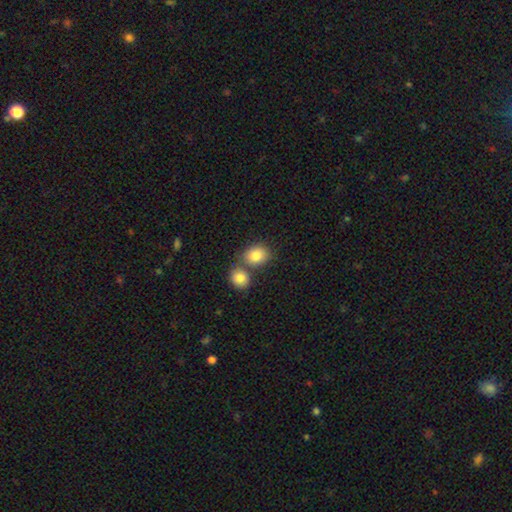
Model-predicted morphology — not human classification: Overall: smooth (83%). How rounded: round (58%; in between 41%). Merging: none (50%; merger 37%).